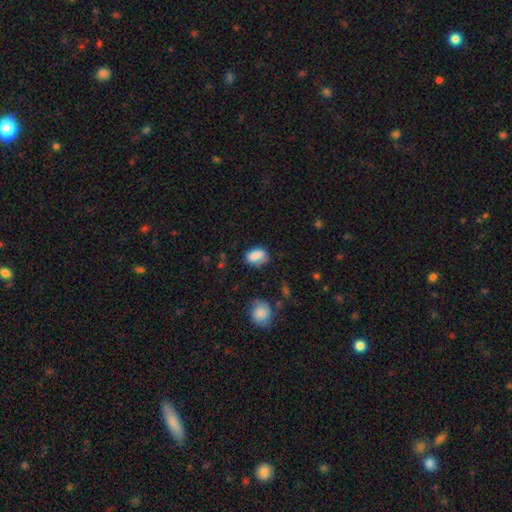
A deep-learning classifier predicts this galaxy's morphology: This appears to be a smooth galaxy with no disk features (83%) that is in between round and cigar-shaped (83%). Merging: none (63%).